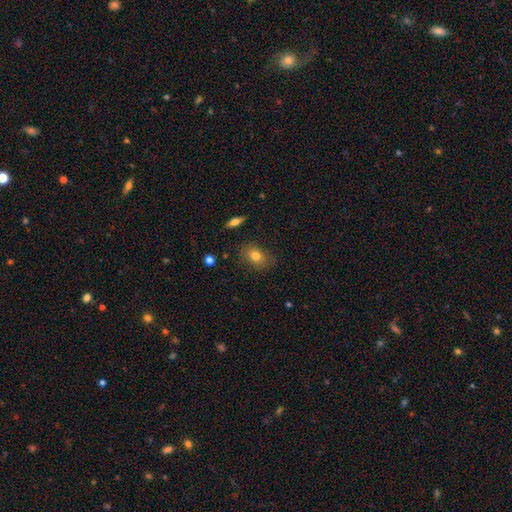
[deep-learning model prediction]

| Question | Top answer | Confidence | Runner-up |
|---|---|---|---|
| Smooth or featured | smooth | 77% | featured or disk (12%) |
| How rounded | in between | 66% | round (32%) |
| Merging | none | 81% | minor disturbance (14%) |